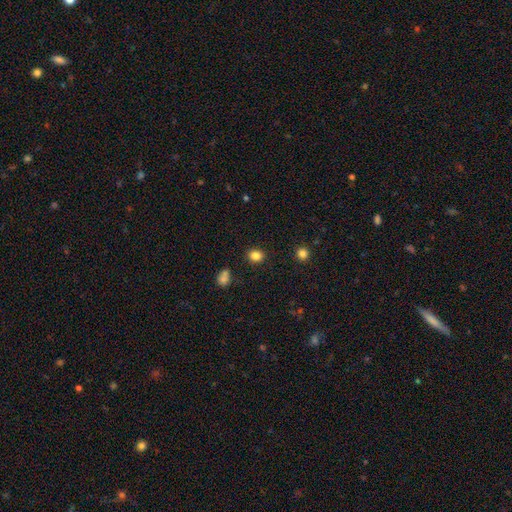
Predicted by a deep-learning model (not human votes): smooth 84%, star or artifact 11%, featured or disk 5%. Down the decision tree: how rounded — round (61%); merging — none (87%).